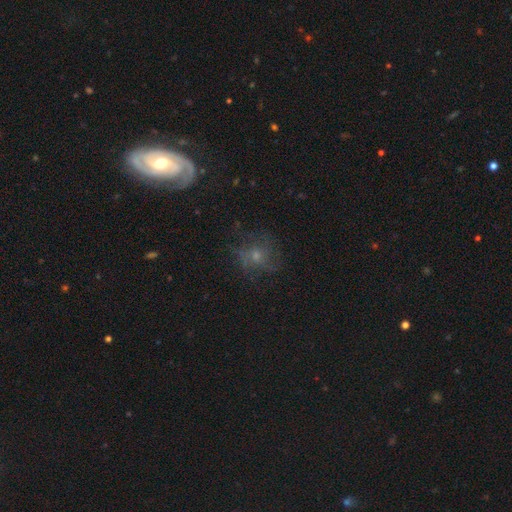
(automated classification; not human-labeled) Smooth or featured? featured or disk (48%)
Merging? none (63%)